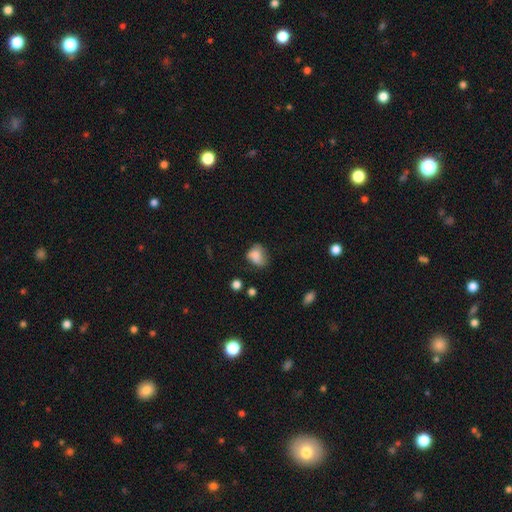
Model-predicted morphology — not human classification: Smooth or featured: smooth — 79% (featured or disk — 11%)
How rounded: in between — 61% (round — 38%)
Merging: none — 43% (minor disturbance — 37%)